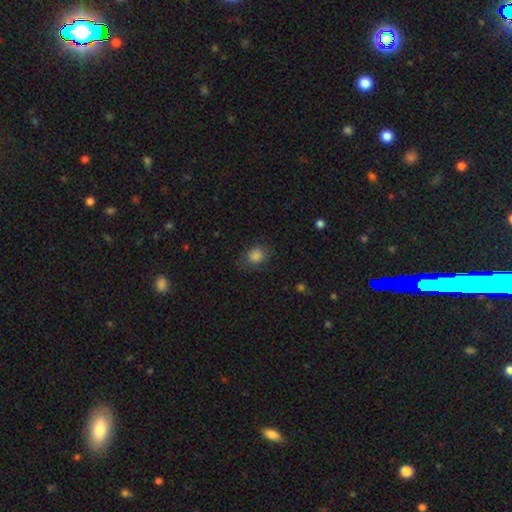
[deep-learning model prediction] A smooth galaxy with no disk features (84%) that is round (63%). Merging: none (75%).